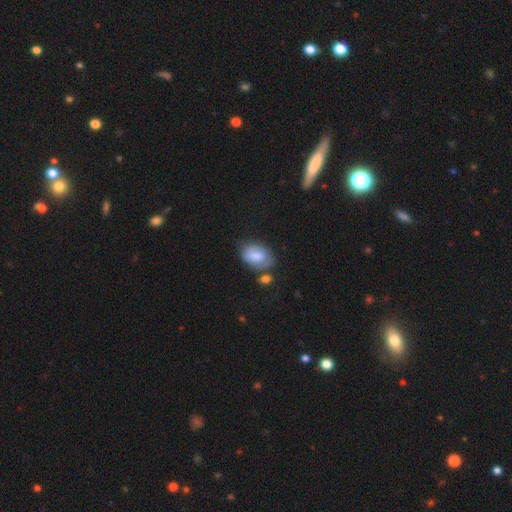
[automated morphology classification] smooth 74%, featured or disk 19%, star or artifact 7%. Down the decision tree: how rounded — in between (86%); merging — none (59%).